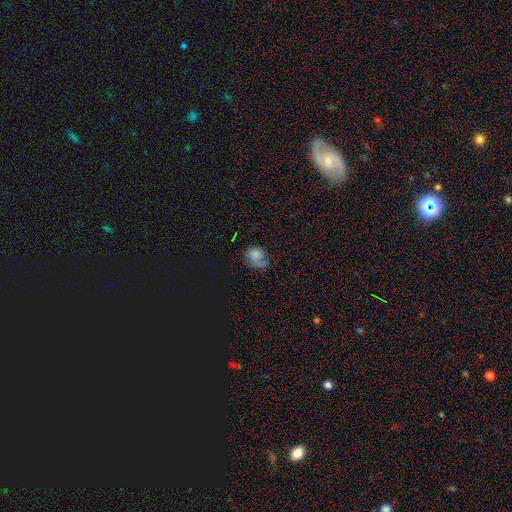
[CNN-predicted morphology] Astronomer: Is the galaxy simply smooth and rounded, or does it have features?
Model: smooth — 54% (runner-up: featured or disk, 30%).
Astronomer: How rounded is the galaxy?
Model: round — 50% (runner-up: in between, 49%).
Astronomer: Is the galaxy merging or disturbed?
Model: none — 44% (runner-up: major disturbance, 27%).